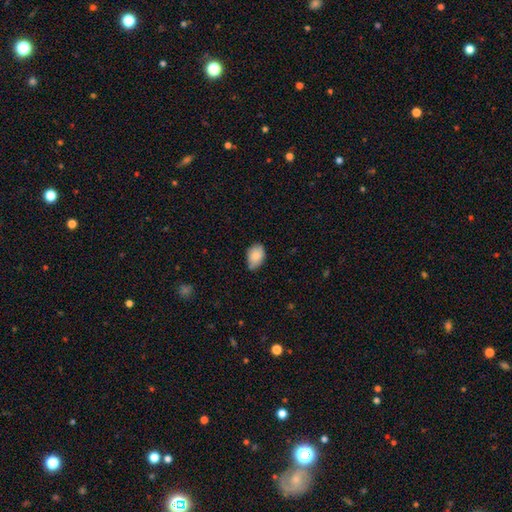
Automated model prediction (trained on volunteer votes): A smooth galaxy with no disk features (84%) that is in between round and cigar-shaped (82%).

Vote fractions:
- Smooth or featured? smooth: 84% / featured or disk: 8% / star or artifact: 7%
- How rounded? in between: 82% / round: 17% / cigar-shaped: 1%
- Merging? none: 66% / minor disturbance: 28% / major disturbance: 4% / merger: 2%